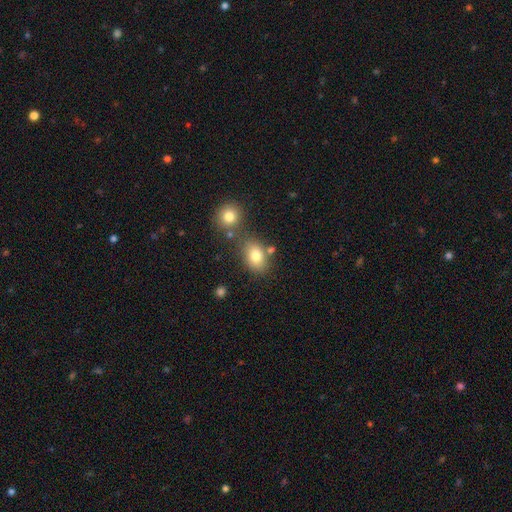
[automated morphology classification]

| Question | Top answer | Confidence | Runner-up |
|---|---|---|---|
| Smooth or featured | smooth | 79% | featured or disk (11%) |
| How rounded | in between | 76% | round (23%) |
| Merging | none | 63% | merger (19%) |